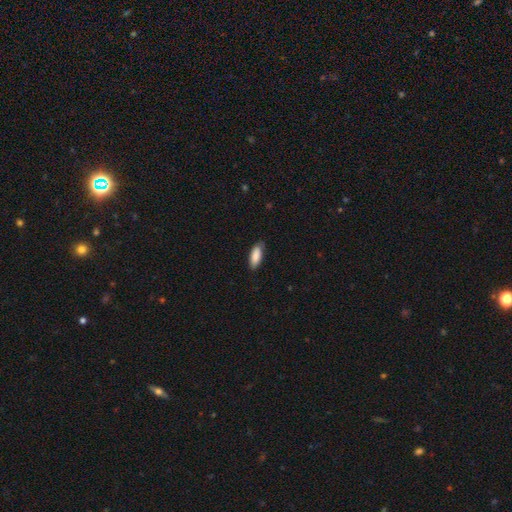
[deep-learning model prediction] Morphology: type=smooth (87%); roundness=in between (74%); merging=none (78%).